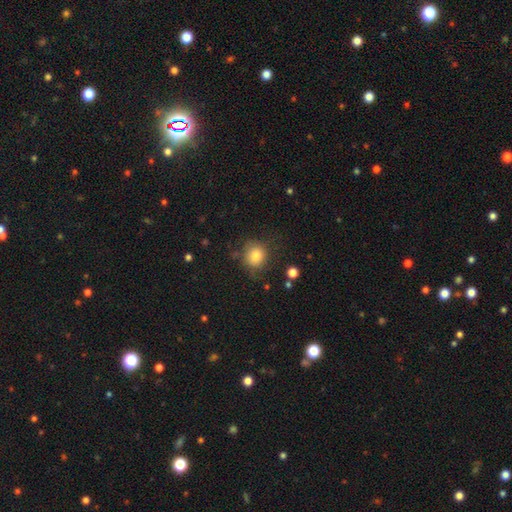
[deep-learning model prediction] This appears to be a smooth galaxy with no disk features (81%) that is round (79%). Merging: none (74%).